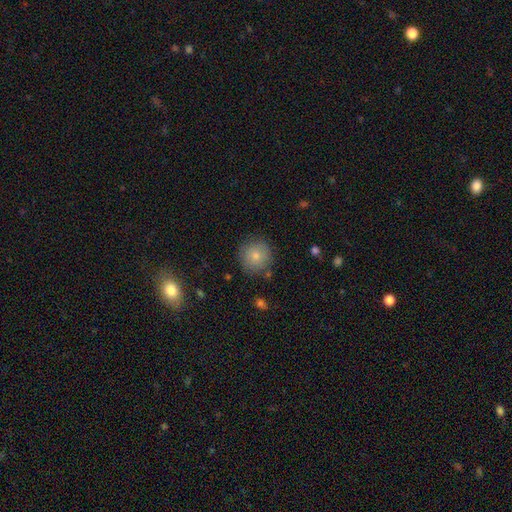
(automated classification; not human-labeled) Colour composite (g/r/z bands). It shows a smooth galaxy with no disk features (80%) that is round (94%). Merging: none (84%).